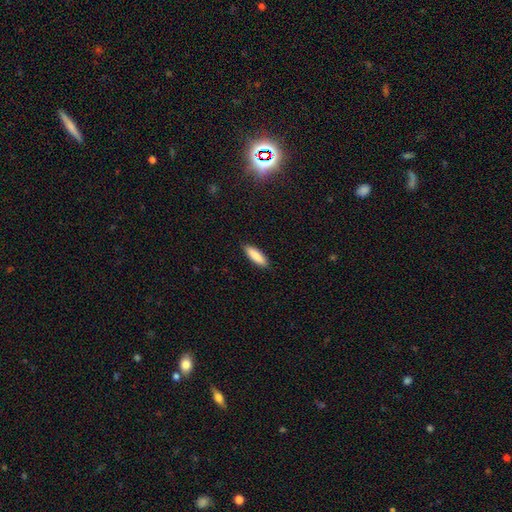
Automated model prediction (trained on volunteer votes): smooth_or_featured: smooth (p=0.88) [alt: featured or disk p=0.06]
how_rounded: cigar-shaped (p=0.50) [alt: in between p=0.49]
merging: none (p=0.89) [alt: minor disturbance p=0.08]